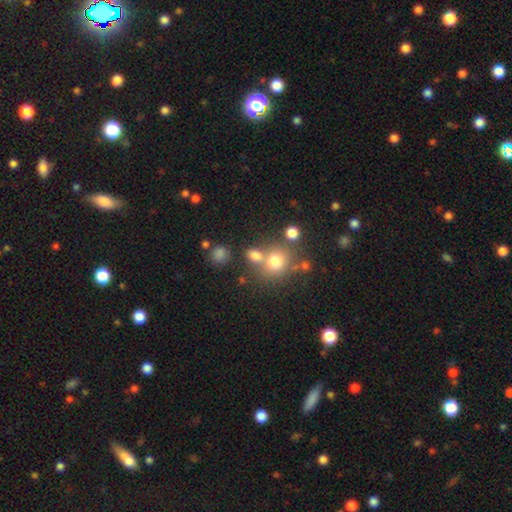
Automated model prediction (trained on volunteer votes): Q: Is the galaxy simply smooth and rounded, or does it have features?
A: smooth — 73%.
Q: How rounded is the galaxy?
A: round — 66%.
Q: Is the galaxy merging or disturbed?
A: none — 52%.